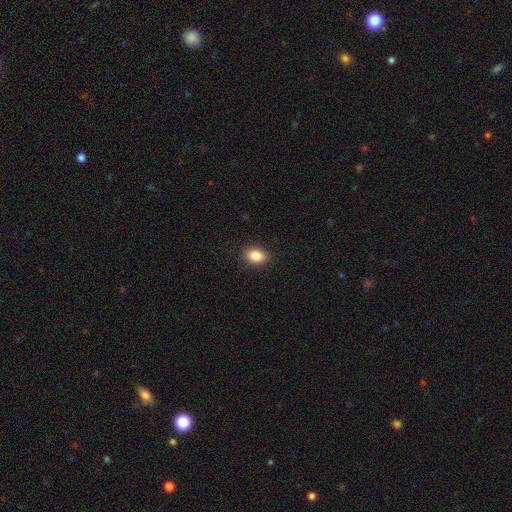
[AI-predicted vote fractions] Q: Smooth or featured?
A: smooth (87%); runner-up: star or artifact (8%)
Q: How rounded?
A: in between (79%); runner-up: round (20%)
Q: Merging?
A: none (89%); runner-up: minor disturbance (8%)